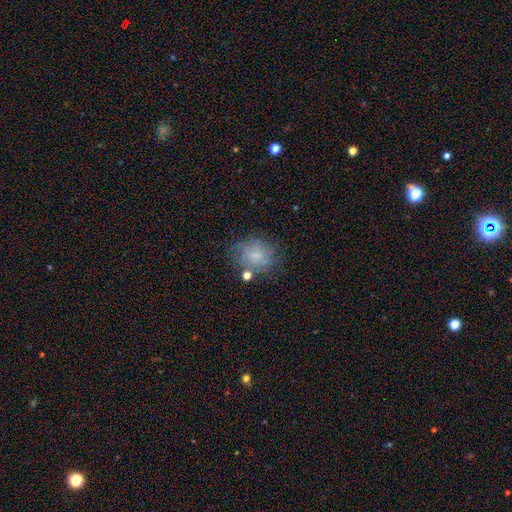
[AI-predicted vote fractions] Smooth or featured? smooth (59%)
How rounded? round (61%)
Merging? none (60%)